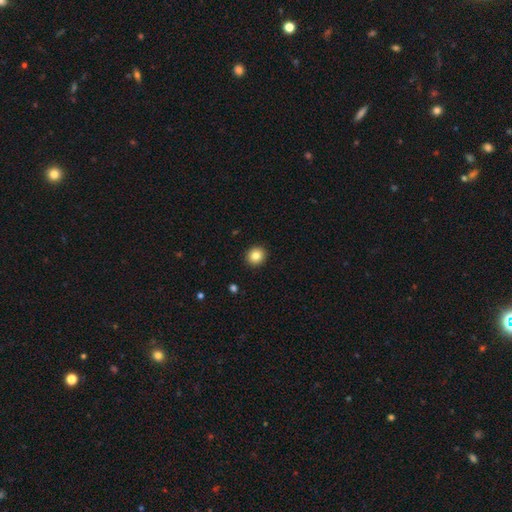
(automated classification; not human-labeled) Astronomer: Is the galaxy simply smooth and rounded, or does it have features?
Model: smooth — 85%.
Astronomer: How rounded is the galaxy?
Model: round — 88%.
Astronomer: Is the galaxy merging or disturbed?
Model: none — 92%.